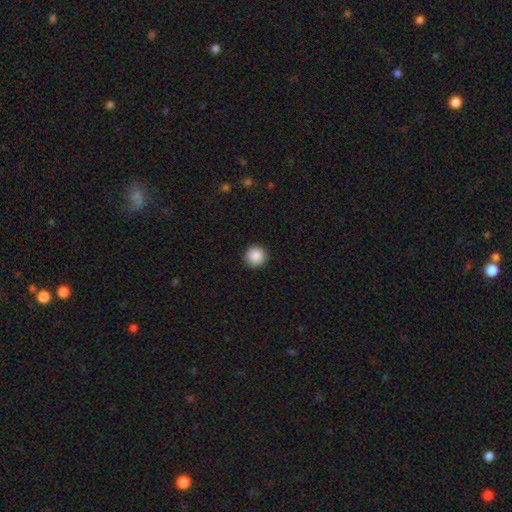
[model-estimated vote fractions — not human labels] A smooth galaxy with no disk features (88%) that is round (95%). Merging: none (91%).